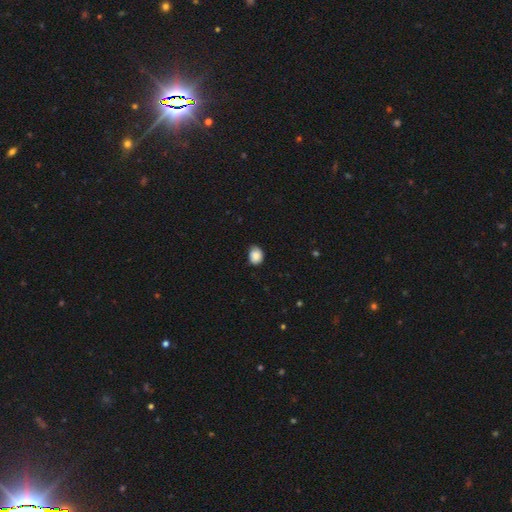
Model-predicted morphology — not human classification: This appears to be a smooth galaxy with no disk features (86%) that is in between round and cigar-shaped (50%). Merging: none (70%).